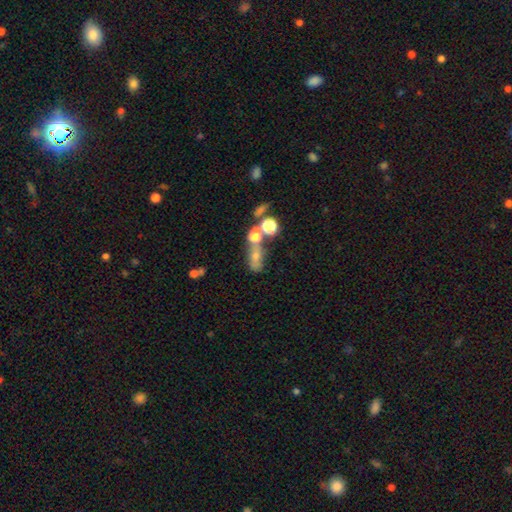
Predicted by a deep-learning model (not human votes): Smooth or featured? smooth (57%)
How rounded? in between (51%)
Merging? merger (44%)